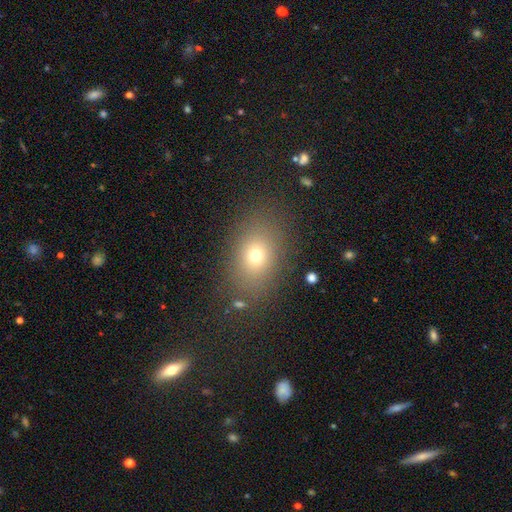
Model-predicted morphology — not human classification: This appears to be a smooth galaxy with no disk features (70%) that is in between round and cigar-shaped (65%). Merging: none (81%).